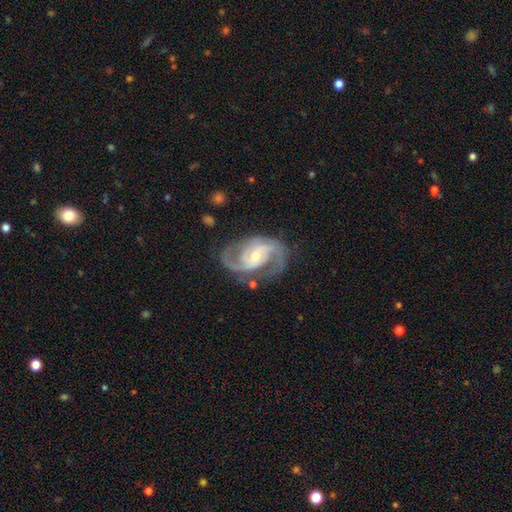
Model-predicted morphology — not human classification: The model was most divided on "bar": weak: 42%, no: 41%, strong: 17%. More confident: spiral arms — yes (97%); edge-on disk — no (97%); smooth or featured — featured or disk (91%); spiral arm count — 2 (86%); merging — none (72%); spiral winding — medium (57%); bulge size — moderate (51%).